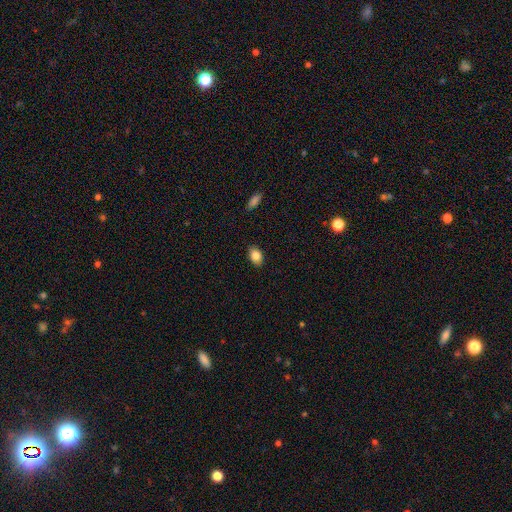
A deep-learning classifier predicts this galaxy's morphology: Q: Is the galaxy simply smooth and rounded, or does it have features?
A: smooth — 84%.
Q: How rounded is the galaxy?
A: in between — 82%.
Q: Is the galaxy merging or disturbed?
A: none — 87%.